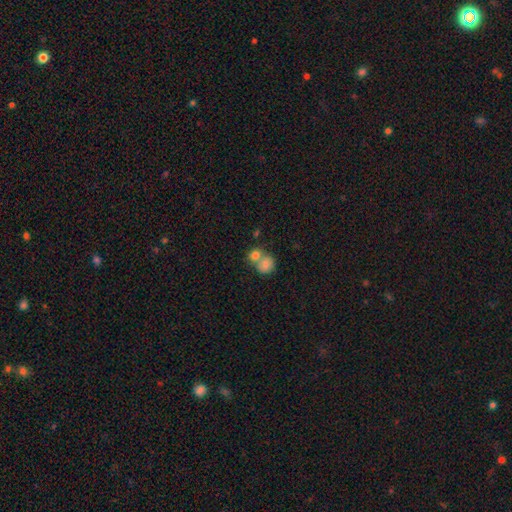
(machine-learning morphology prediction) Q: Smooth or featured?
A: smooth (80%); runner-up: featured or disk (11%)
Q: How rounded?
A: round (72%); runner-up: in between (27%)
Q: Merging?
A: merger (60%); runner-up: none (30%)